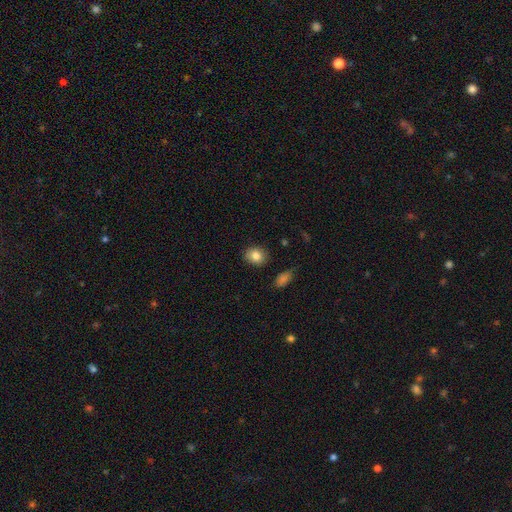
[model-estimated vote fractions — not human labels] Smooth or featured? Predicted: smooth (p=0.83). How rounded? Predicted: round (p=0.61). Merging? Predicted: none (p=0.86).